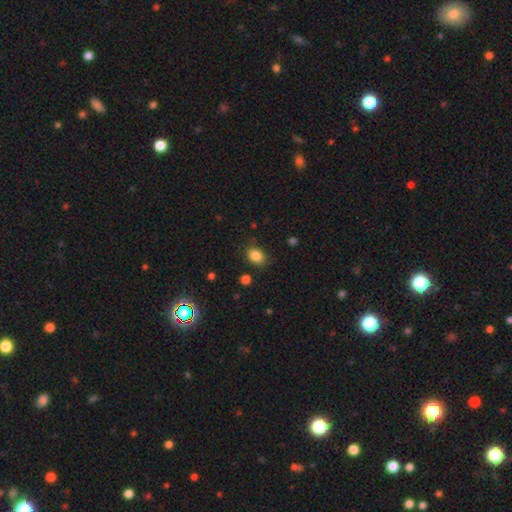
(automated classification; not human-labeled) Smooth or featured? smooth (85%)
How rounded? in between (65%)
Merging? none (80%)